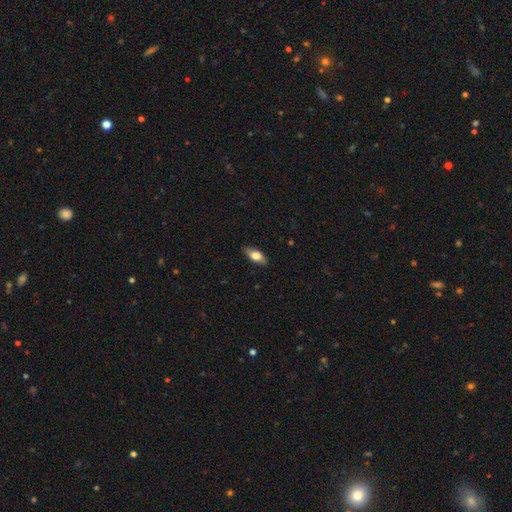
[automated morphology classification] Smooth or featured? smooth (66%)
How rounded? in between (80%)
Merging? none (86%)